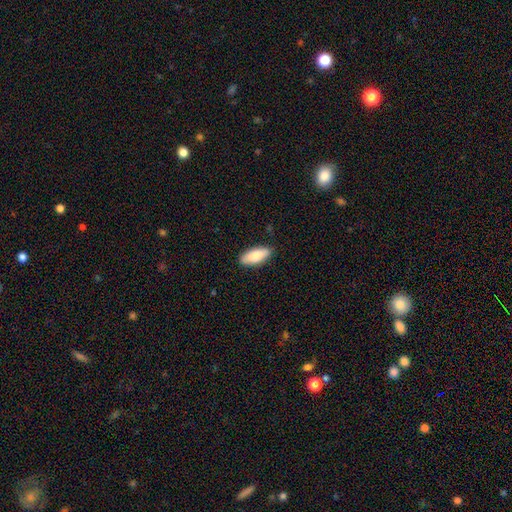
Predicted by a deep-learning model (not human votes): This is clearly a smooth galaxy (81%). How rounded: clearly in between (83%). Merging: clearly none (86%).